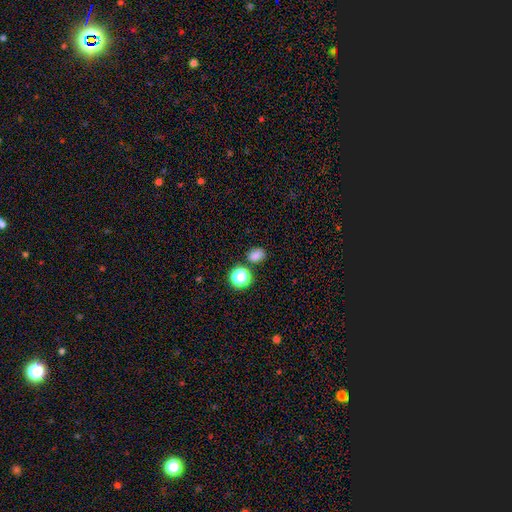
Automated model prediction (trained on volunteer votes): Overall: smooth (78%). How rounded: in between (50%; round 49%). Merging: none (77%).